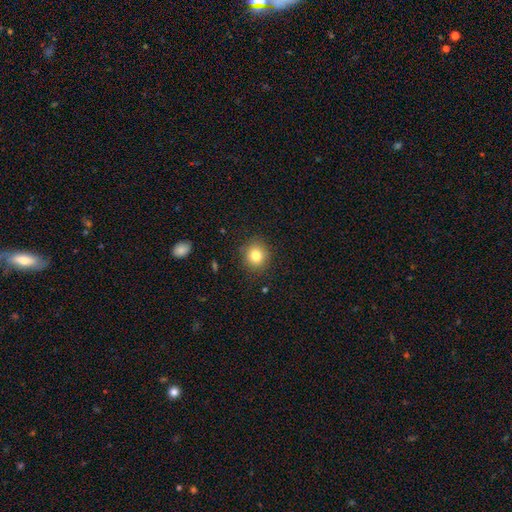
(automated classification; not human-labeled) smooth_or_featured: smooth (p=0.82) [alt: star or artifact p=0.11]
how_rounded: round (p=0.87) [alt: in between p=0.12]
merging: none (p=0.88) [alt: minor disturbance p=0.08]